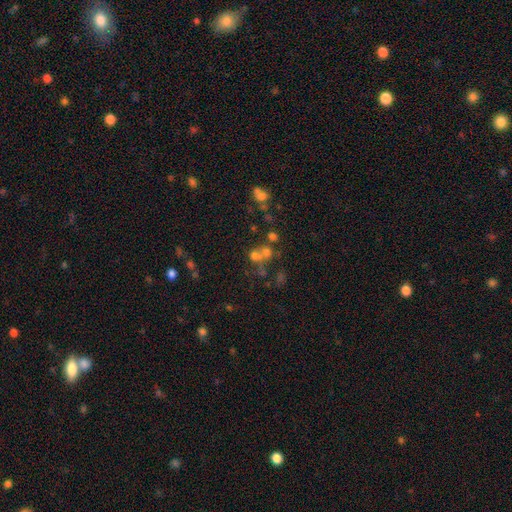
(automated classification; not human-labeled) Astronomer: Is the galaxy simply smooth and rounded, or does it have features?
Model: smooth — 54%.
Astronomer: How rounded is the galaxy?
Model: round — 77%.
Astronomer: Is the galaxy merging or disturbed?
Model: merger — 48% (runner-up: none, 38%).